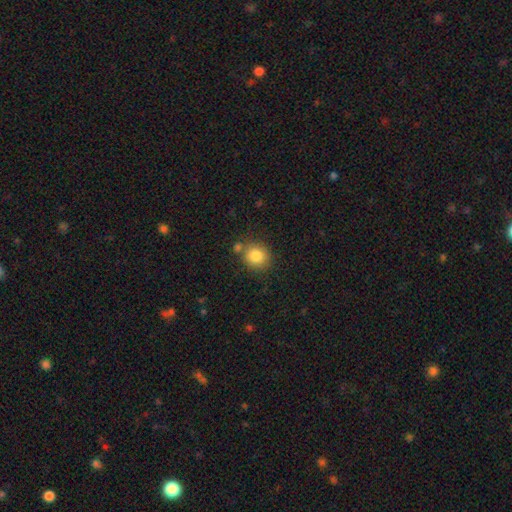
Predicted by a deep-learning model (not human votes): Smooth or featured? Predicted: smooth (p=0.84). How rounded? Predicted: round (p=0.83). Merging? Predicted: none (p=0.74).